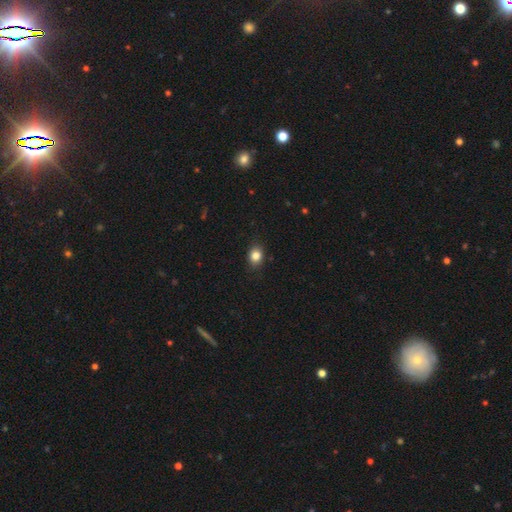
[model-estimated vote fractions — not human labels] Smooth or featured? Predicted: smooth (p=0.84). How rounded? Predicted: in between (p=0.52). Merging? Predicted: none (p=0.85).